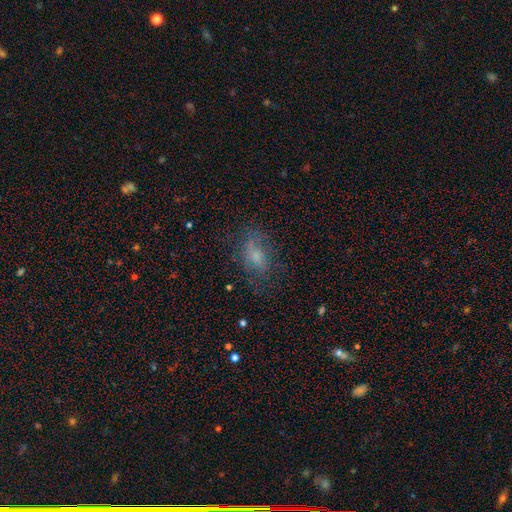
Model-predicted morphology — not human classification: This is possibly a smooth galaxy (53%). How rounded: clearly in between (81%). Merging: possibly none (58%).